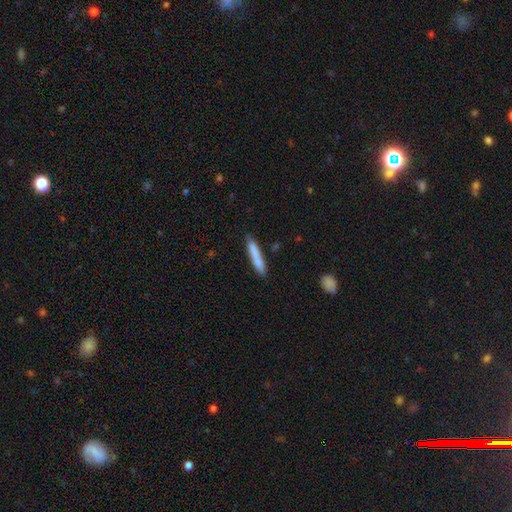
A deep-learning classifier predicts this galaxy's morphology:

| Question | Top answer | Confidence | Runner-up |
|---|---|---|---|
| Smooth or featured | smooth | 80% | featured or disk (14%) |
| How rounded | cigar-shaped | 91% | in between (7%) |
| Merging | none | 81% | minor disturbance (13%) |